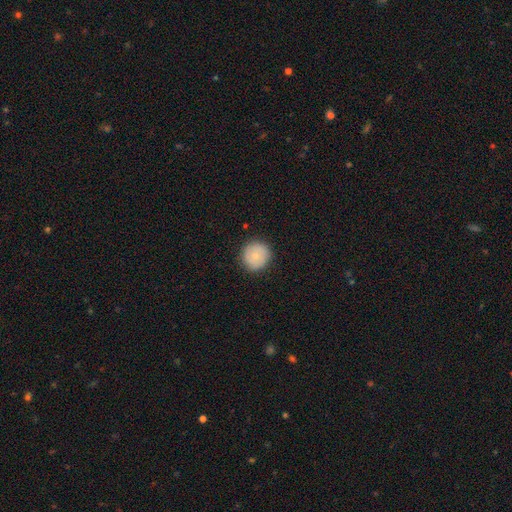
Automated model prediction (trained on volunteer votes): This is likely a smooth galaxy (76%). How rounded: clearly round (95%). Merging: clearly none (89%).